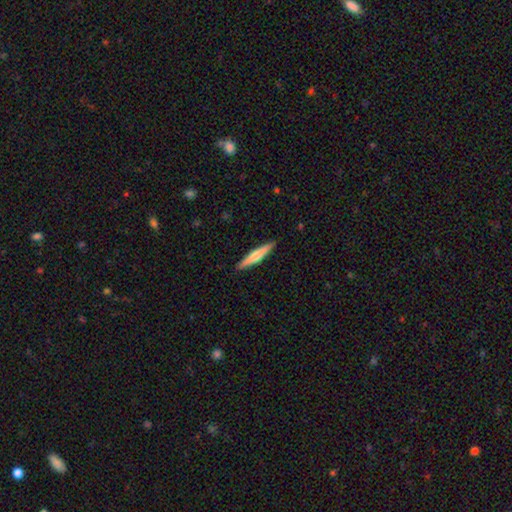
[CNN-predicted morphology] A smooth galaxy with no disk features (48%).

Vote fractions:
- Smooth or featured? smooth: 48% / featured or disk: 47% / star or artifact: 5%
- Merging? none: 91% / minor disturbance: 7% / major disturbance: 1% / merger: 1%